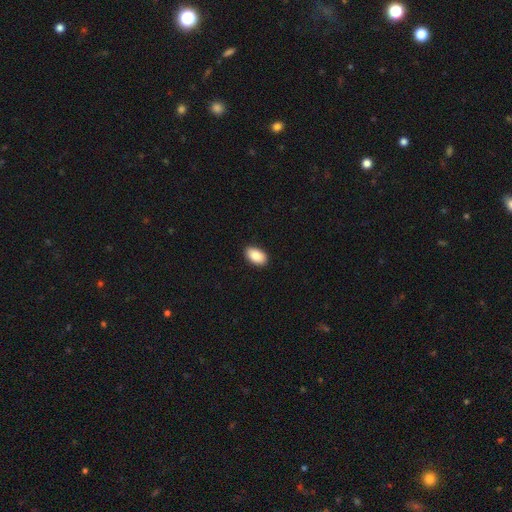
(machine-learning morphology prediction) smooth-or-featured: smooth: 87% | star or artifact: 7% | featured or disk: 6%
  how-rounded: in between: 93% | round: 5% | cigar-shaped: 1%
  merging: none: 91% | minor disturbance: 7% | major disturbance: 2% | merger: 1%